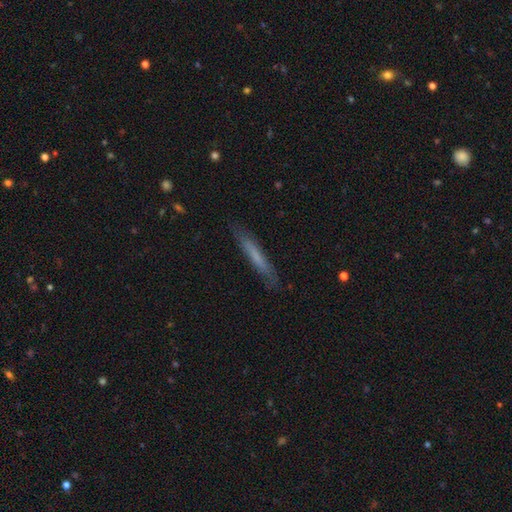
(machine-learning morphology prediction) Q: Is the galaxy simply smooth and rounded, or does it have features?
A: smooth — 60%.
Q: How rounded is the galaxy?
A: cigar-shaped — 94%.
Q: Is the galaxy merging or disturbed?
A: none — 83%.